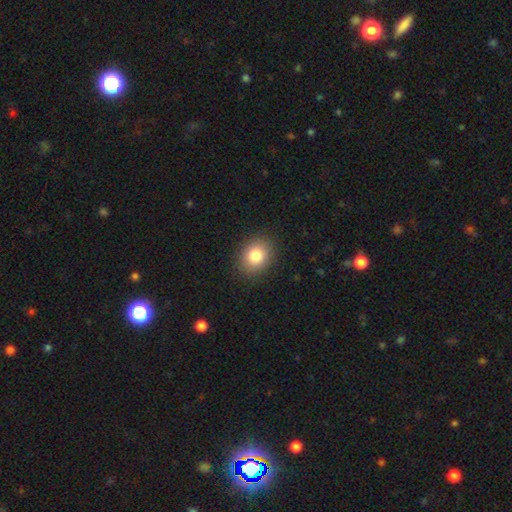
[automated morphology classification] Q: Smooth or featured?
A: smooth (83%); runner-up: star or artifact (9%)
Q: How rounded?
A: in between (50%); runner-up: round (49%)
Q: Merging?
A: none (89%); runner-up: minor disturbance (8%)